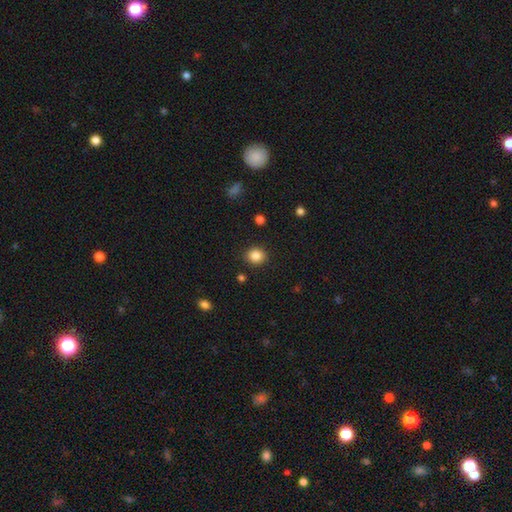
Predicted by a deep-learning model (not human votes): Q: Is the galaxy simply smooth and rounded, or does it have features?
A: smooth — 85%.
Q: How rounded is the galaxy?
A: round — 82%.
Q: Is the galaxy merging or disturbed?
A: none — 90%.